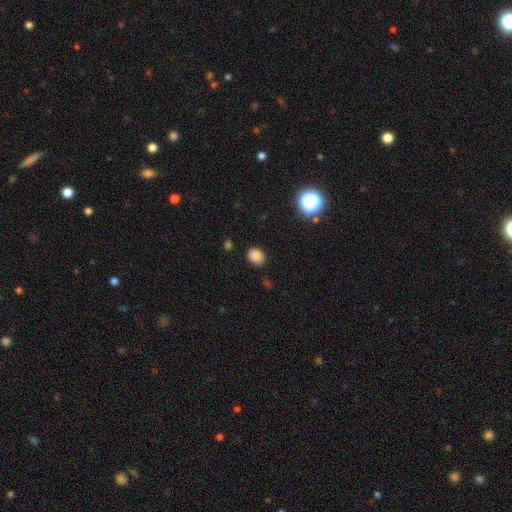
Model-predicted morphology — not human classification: smooth-or-featured: smooth: 84% | star or artifact: 13% | featured or disk: 4%
  how-rounded: in between: 56% | round: 43% | cigar-shaped: 1%
  merging: none: 85% | minor disturbance: 10% | major disturbance: 3% | merger: 2%